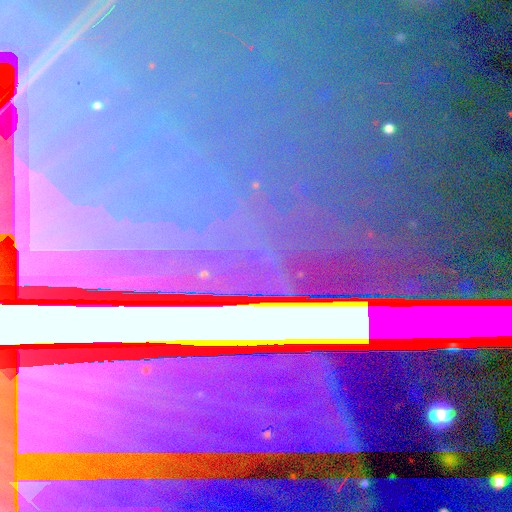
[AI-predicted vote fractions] Smooth or featured? Predicted: star or artifact (p=0.72).